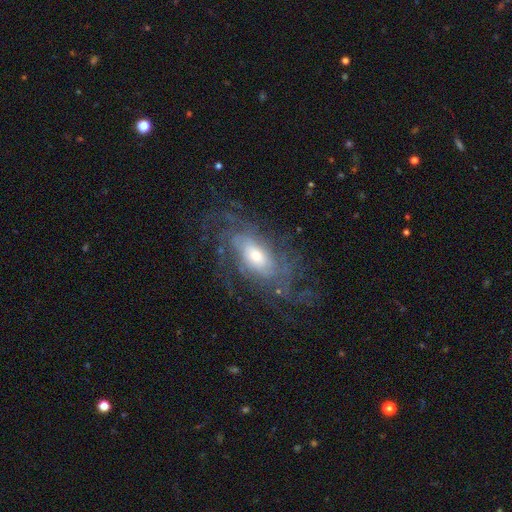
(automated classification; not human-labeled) This appears to be a featured or disk galaxy (80%) with no bar (62%), tight (49%) spiral arms (90%) and a moderate central bulge (52%). Merging: none (65%).